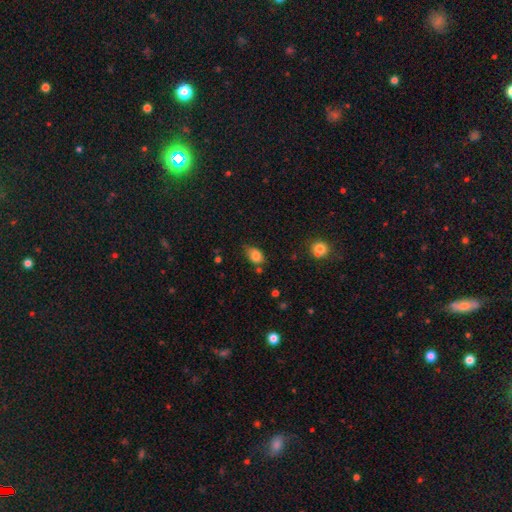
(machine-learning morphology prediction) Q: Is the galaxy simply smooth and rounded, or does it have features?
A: smooth — 82%.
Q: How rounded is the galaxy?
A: in between — 71%.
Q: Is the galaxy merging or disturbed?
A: none — 55%.